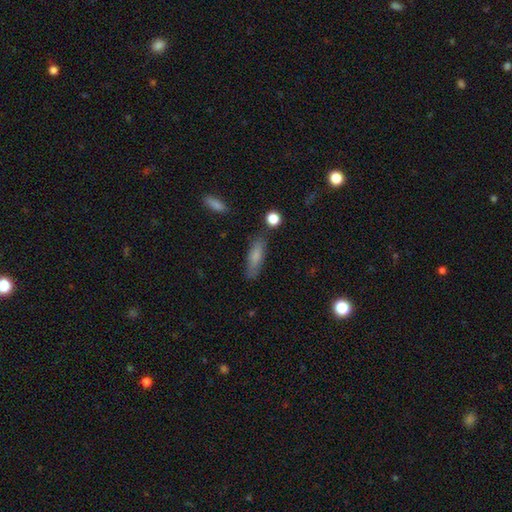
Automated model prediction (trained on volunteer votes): Smooth or featured? Predicted: smooth (p=0.76). How rounded? Predicted: cigar-shaped (p=0.61). Merging? Predicted: none (p=0.79).